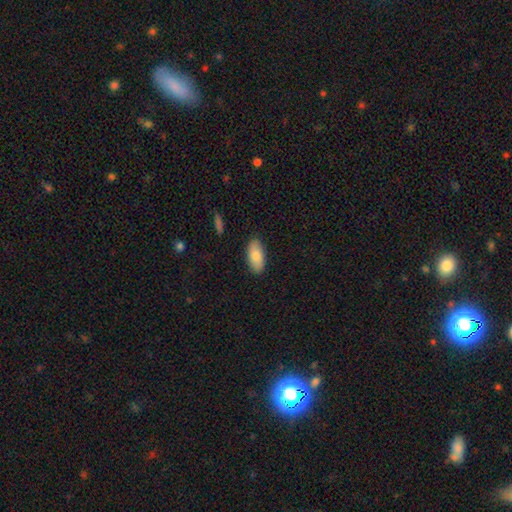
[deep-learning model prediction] Overall: smooth (81%). How rounded: in between (93%). Merging: none (87%).